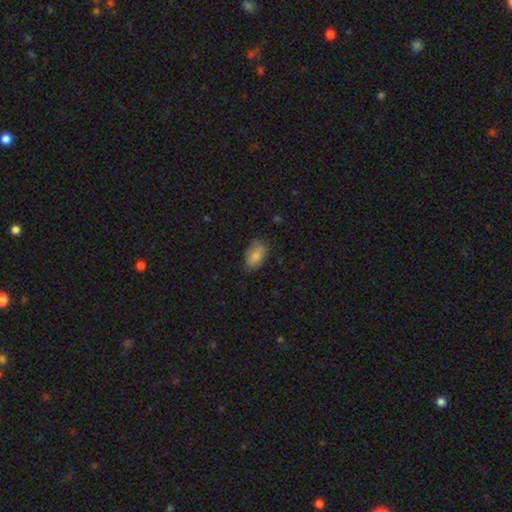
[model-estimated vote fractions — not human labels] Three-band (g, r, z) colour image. It shows a smooth galaxy with no disk features (82%) that is in between round and cigar-shaped (92%). Merging: none (70%).